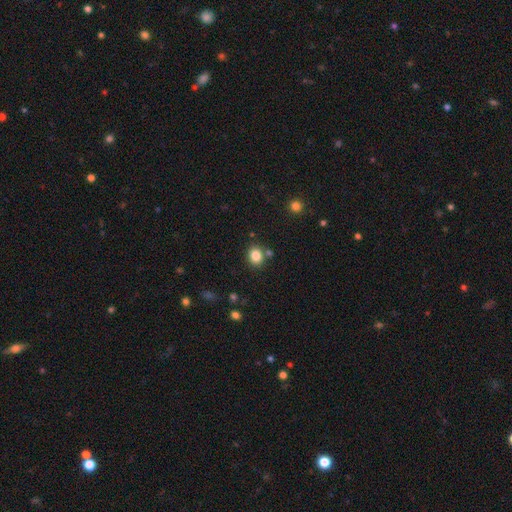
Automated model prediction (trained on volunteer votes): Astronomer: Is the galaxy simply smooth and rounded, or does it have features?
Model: smooth — 84%.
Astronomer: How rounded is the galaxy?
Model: round — 67%.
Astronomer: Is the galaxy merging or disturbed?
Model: none — 80%.